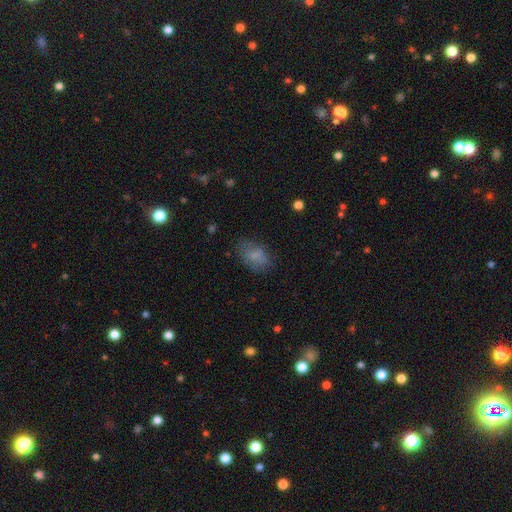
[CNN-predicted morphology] Q: Smooth or featured?
A: smooth (73%); runner-up: featured or disk (17%)
Q: How rounded?
A: in between (86%); runner-up: round (13%)
Q: Merging?
A: none (66%); runner-up: minor disturbance (22%)